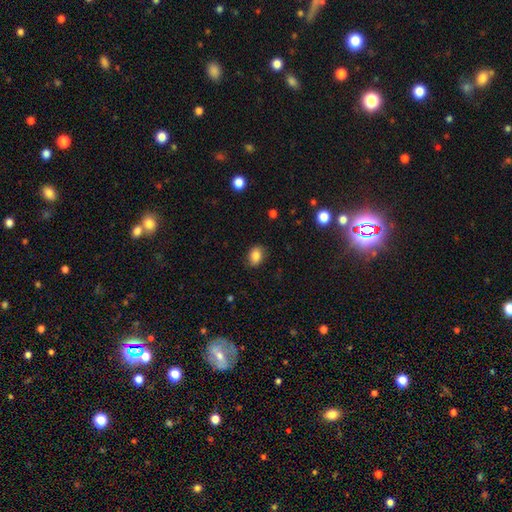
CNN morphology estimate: Smooth or featured? Predicted: smooth (p=0.85). How rounded? Predicted: in between (p=0.71). Merging? Predicted: none (p=0.83).